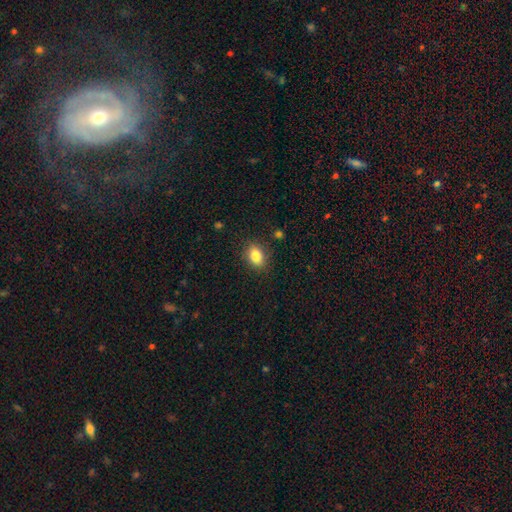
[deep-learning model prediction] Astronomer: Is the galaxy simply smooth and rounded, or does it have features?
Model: smooth — 84%.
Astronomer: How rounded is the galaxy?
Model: in between — 70%.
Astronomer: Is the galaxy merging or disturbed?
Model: none — 85%.